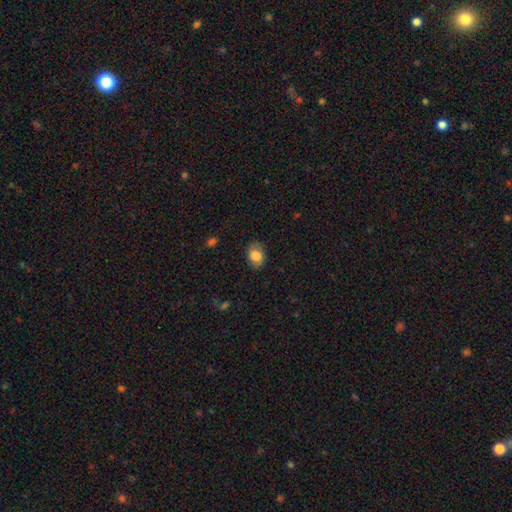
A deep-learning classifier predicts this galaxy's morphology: This is likely a smooth galaxy (80%). How rounded: likely in between (74%). Merging: likely none (77%).